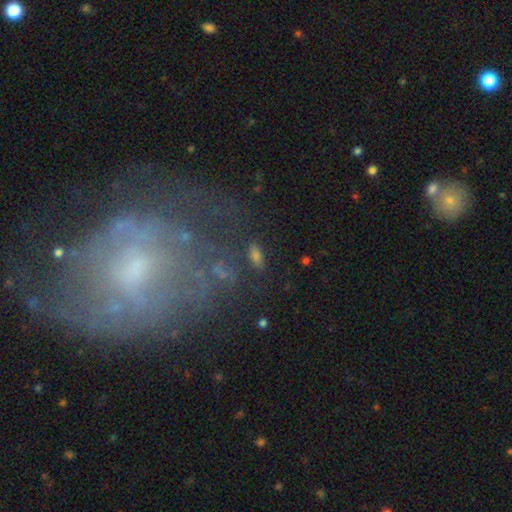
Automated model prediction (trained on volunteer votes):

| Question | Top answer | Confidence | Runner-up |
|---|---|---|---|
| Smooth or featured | smooth | 64% | featured or disk (21%) |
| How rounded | in between | 75% | cigar-shaped (18%) |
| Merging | none | 79% | minor disturbance (12%) |